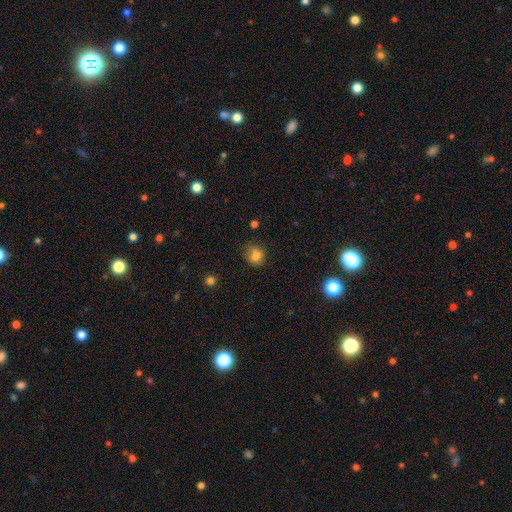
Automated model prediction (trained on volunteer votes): Morphology: type=smooth (79%); roundness=round (72%); merging=none (70%).